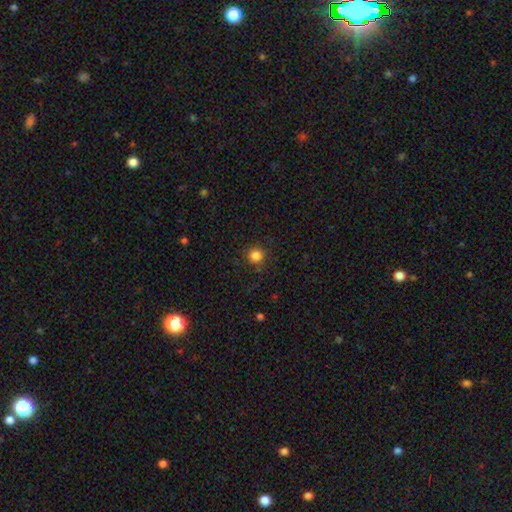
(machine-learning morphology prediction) type=smooth (84%); roundness=round (94%); merging=none (87%).